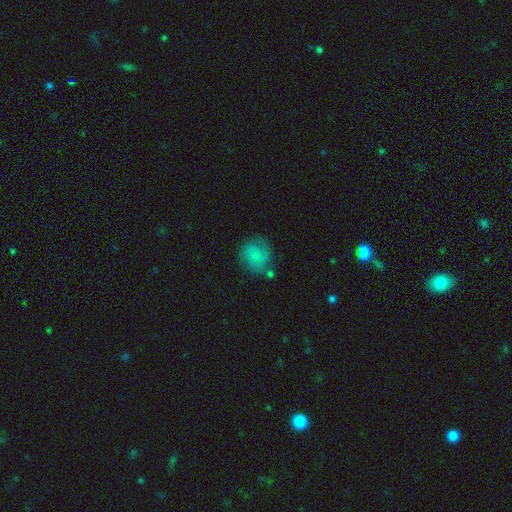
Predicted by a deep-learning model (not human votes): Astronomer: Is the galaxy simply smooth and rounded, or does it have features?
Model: smooth — 61%.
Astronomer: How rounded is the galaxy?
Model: round — 84%.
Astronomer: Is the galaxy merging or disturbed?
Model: none — 64%.